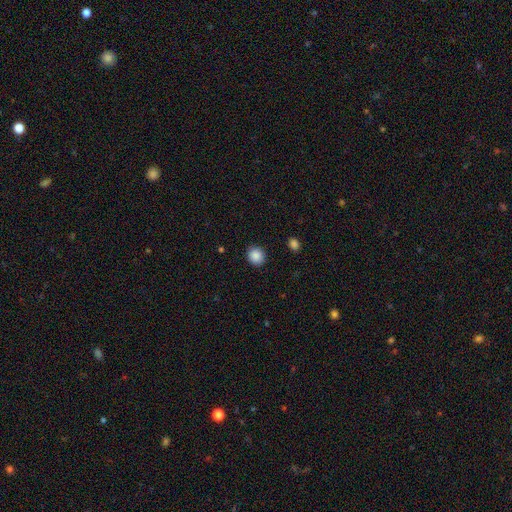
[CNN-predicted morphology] A smooth galaxy with no disk features (88%) that is round (85%).

Vote fractions:
- Smooth or featured? smooth: 88% / star or artifact: 9% / featured or disk: 3%
- How rounded? round: 85% / in between: 15% / cigar-shaped: 1%
- Merging? none: 90% / minor disturbance: 7% / major disturbance: 2% / merger: 1%